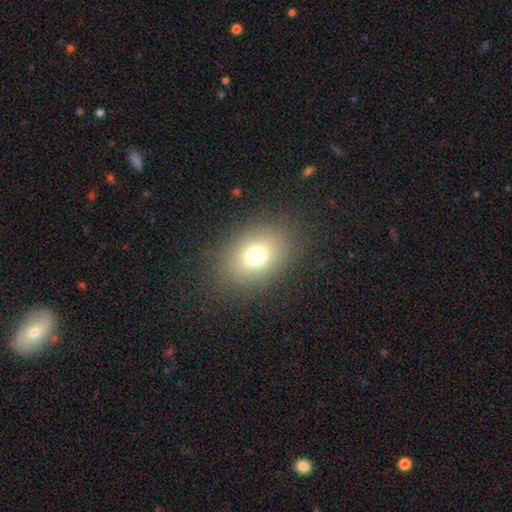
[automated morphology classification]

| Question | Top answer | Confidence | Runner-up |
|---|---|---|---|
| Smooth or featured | smooth | 71% | star or artifact (17%) |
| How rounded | in between | 59% | round (40%) |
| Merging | none | 84% | minor disturbance (9%) |